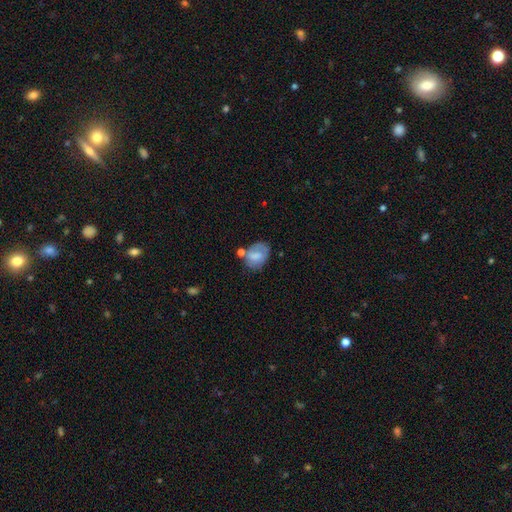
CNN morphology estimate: Q: Smooth or featured?
A: smooth (64%); runner-up: featured or disk (28%)
Q: How rounded?
A: in between (72%); runner-up: round (27%)
Q: Merging?
A: none (45%); runner-up: minor disturbance (26%)